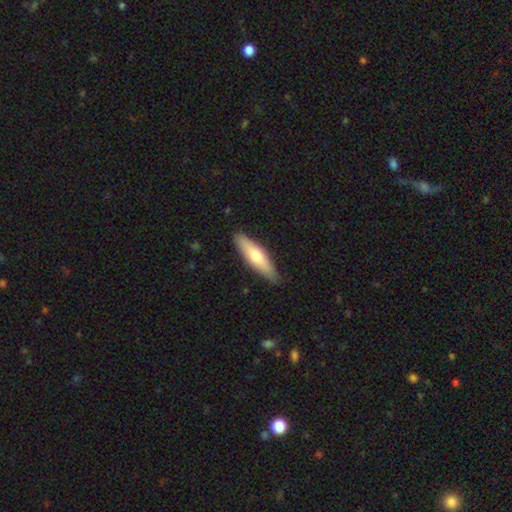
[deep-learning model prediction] Smooth or featured? smooth (61%)
How rounded? cigar-shaped (67%)
Merging? none (86%)